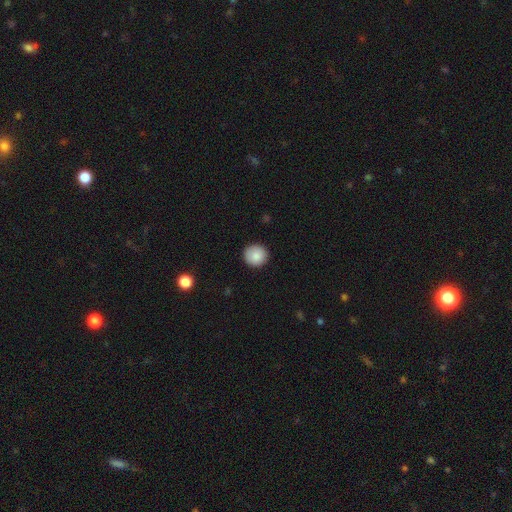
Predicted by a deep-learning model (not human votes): Smooth or featured? Predicted: smooth (p=0.87). How rounded? Predicted: round (p=0.92). Merging? Predicted: none (p=0.90).